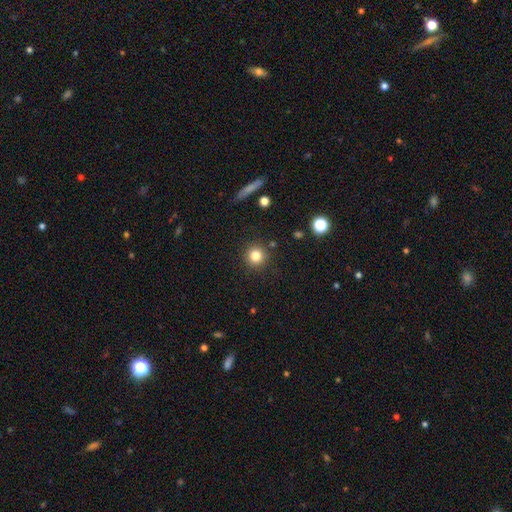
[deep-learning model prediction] This is clearly a smooth galaxy (82%). How rounded: clearly round (94%). Merging: clearly none (89%).